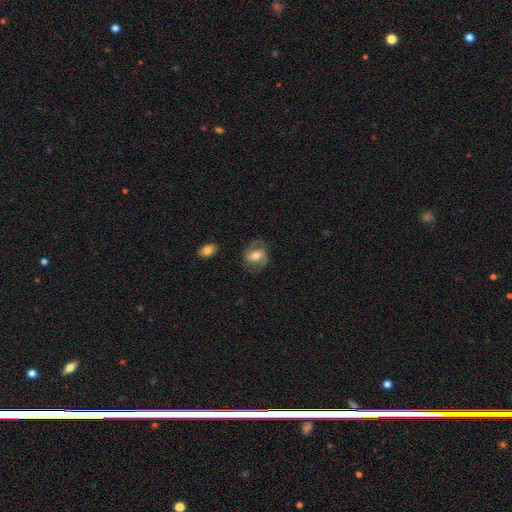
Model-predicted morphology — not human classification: Smooth or featured: featured or disk — 74% (smooth — 19%)
Edge-on disk: no — 97% (yes — 3%)
Bar: weak — 42% (no — 31%)
Spiral arms: yes — 92% (no — 8%)
Spiral winding: medium — 52% (loose — 25%)
Spiral arm count: 2 — 90% (can't tell — 4%)
Bulge size: moderate — 68% (small — 21%)
Merging: none — 78% (minor disturbance — 14%)